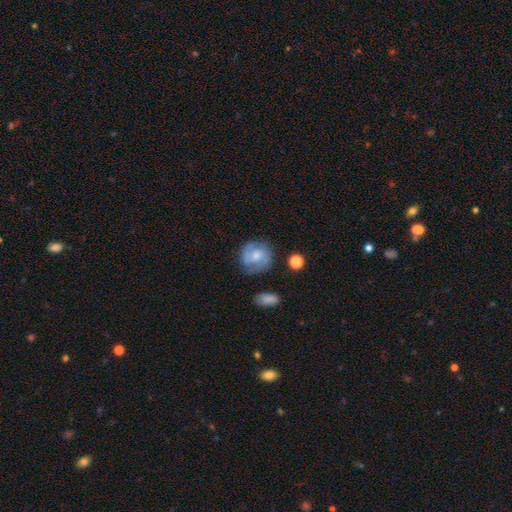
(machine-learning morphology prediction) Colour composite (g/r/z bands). It shows a featured or disk galaxy (49%). Merging: none (68%).